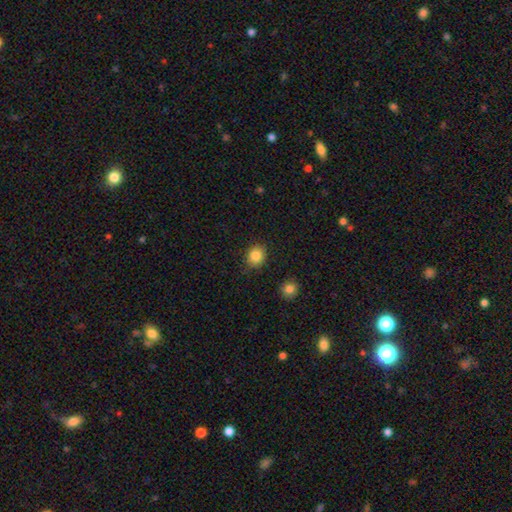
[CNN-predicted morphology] Smooth or featured? smooth (85%)
How rounded? round (66%)
Merging? none (86%)